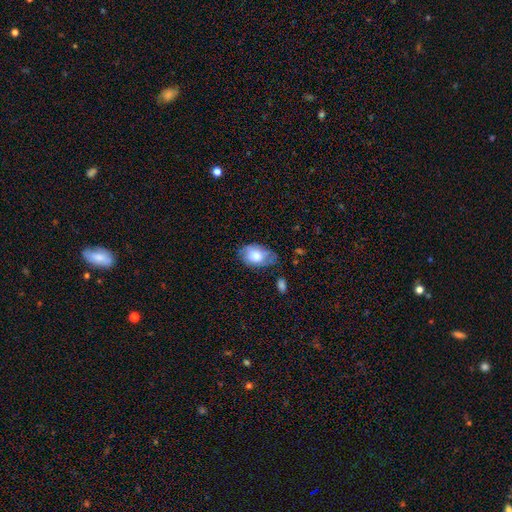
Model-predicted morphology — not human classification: The model was most divided on "merging": none: 55%, minor disturbance: 32%, major disturbance: 10%, merger: 3%. More confident: how rounded — in between (85%); smooth or featured — smooth (66%).